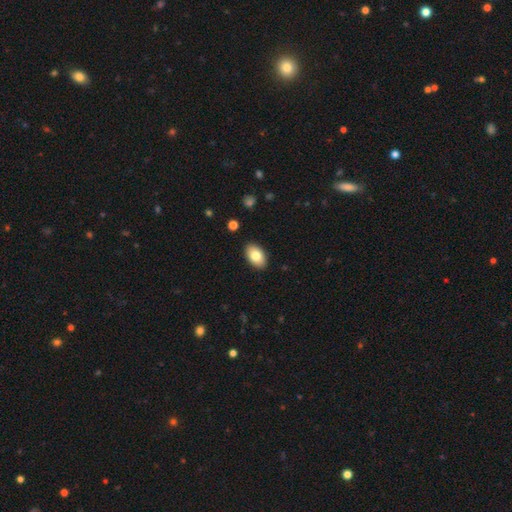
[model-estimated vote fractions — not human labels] Overall: smooth (80%). How rounded: in between (93%). Merging: none (89%).